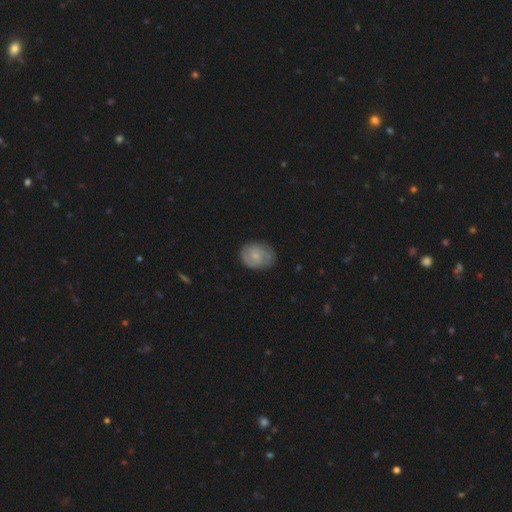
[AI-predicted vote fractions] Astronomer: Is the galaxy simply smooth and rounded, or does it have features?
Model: featured or disk — 60%.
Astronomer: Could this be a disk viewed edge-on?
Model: no — 98%.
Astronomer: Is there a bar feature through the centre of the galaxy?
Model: weak — 48% (runner-up: no, 45%).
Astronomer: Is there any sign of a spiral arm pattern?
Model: yes — 89%.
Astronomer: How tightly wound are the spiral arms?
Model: medium — 43% (runner-up: tight, 41%).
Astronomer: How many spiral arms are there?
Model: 2 — 70%.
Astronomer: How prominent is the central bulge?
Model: small — 57%.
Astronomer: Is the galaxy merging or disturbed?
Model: none — 78%.